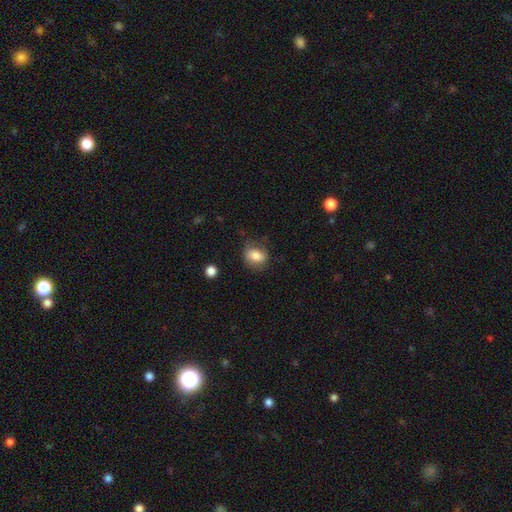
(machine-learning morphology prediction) A smooth galaxy with no disk features (75%) that is in between round and cigar-shaped (53%). Merging: none (70%).